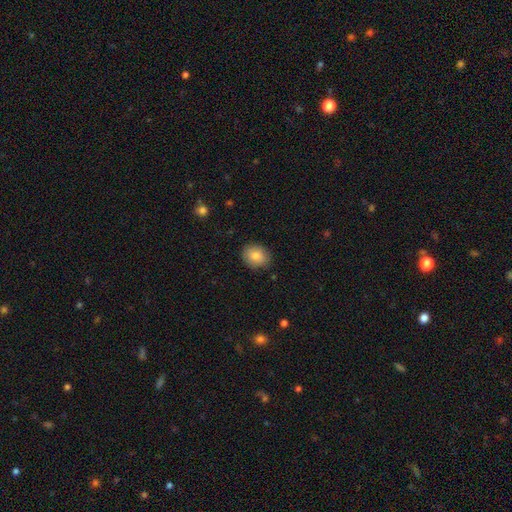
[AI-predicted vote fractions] Overall: smooth (84%). How rounded: round (51%; in between 48%). Merging: none (86%).